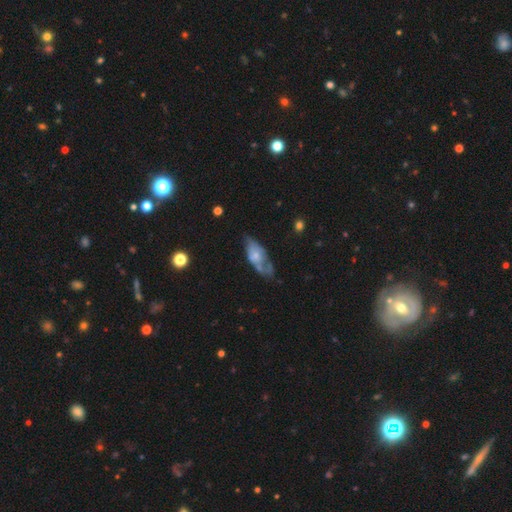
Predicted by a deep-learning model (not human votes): Smooth or featured?
  - featured or disk: 50% *
  - smooth: 43%
  - star or artifact: 7%
Merging?
  - none: 36% *
  - minor disturbance: 32%
  - major disturbance: 24%
  - merger: 7%